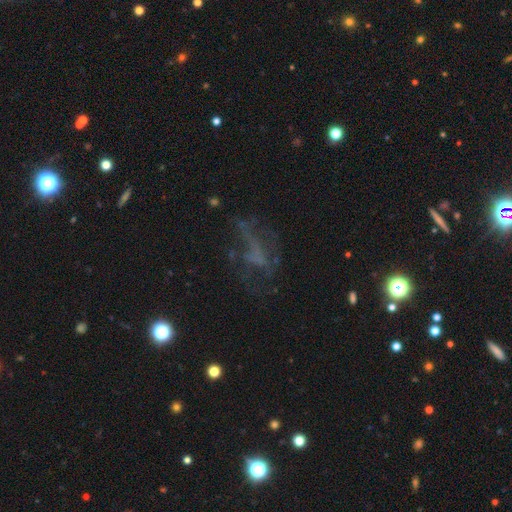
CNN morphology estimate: Smooth or featured?
  - featured or disk: 47% *
  - star or artifact: 30%
  - smooth: 23%
Merging?
  - none: 48% *
  - major disturbance: 31%
  - minor disturbance: 17%
  - merger: 4%